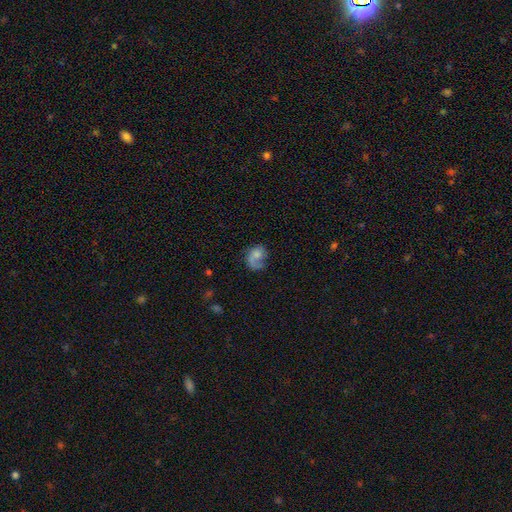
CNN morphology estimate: smooth-or-featured: featured or disk: 46% (tied) | smooth: 46% (tied) | star or artifact: 9%
  merging: none: 38% | major disturbance: 36% | minor disturbance: 22% | merger: 5%